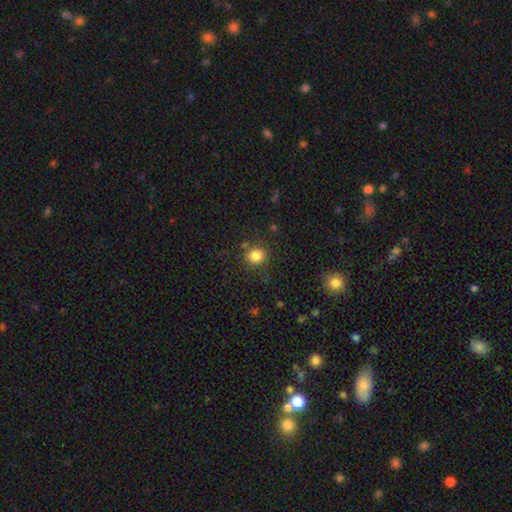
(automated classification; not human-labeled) Smooth or featured: smooth — 83% (star or artifact — 12%)
How rounded: round — 78% (in between — 21%)
Merging: none — 79% (minor disturbance — 11%)